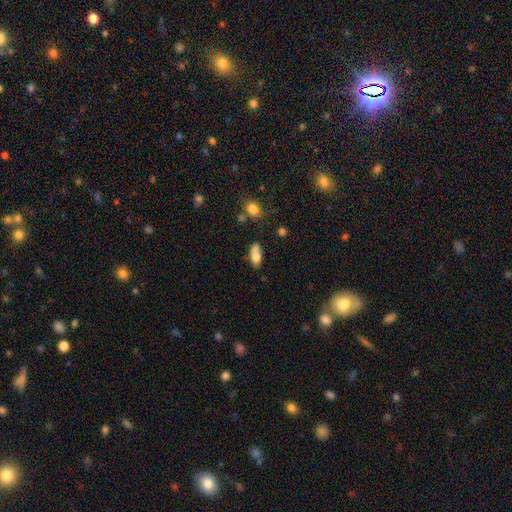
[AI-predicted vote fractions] Smooth or featured? Predicted: smooth (p=0.73). How rounded? Predicted: in between (p=0.83). Merging? Predicted: none (p=0.42).